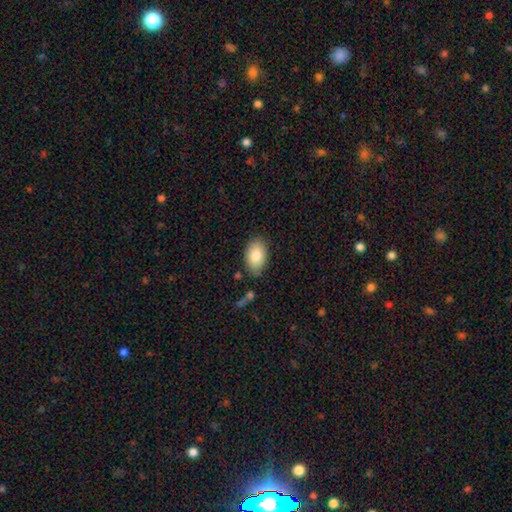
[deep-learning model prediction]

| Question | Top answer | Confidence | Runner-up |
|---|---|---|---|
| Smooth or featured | smooth | 83% | featured or disk (10%) |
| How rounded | in between | 91% | round (8%) |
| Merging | none | 82% | minor disturbance (13%) |